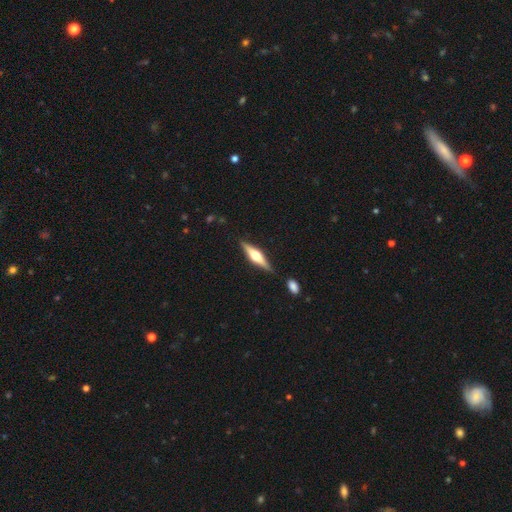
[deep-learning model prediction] Smooth or featured? featured or disk (67%)
Edge-on disk? yes (97%)
Edge-on bulge? rounded (90%)
Merging? none (85%)